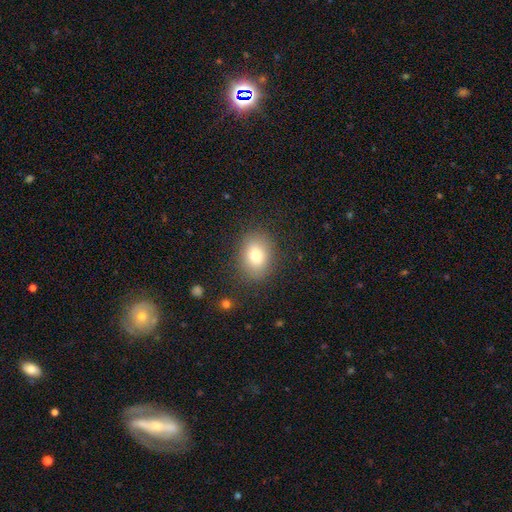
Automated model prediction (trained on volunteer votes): The model was most divided on "how rounded": in between: 64%, round: 35%, cigar-shaped: 1%. More confident: merging — none (84%); smooth or featured — smooth (79%).